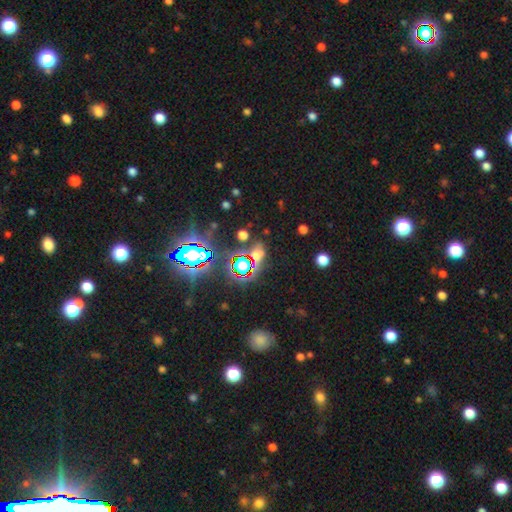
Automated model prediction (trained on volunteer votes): A star or artifact, not a galaxy (53%).